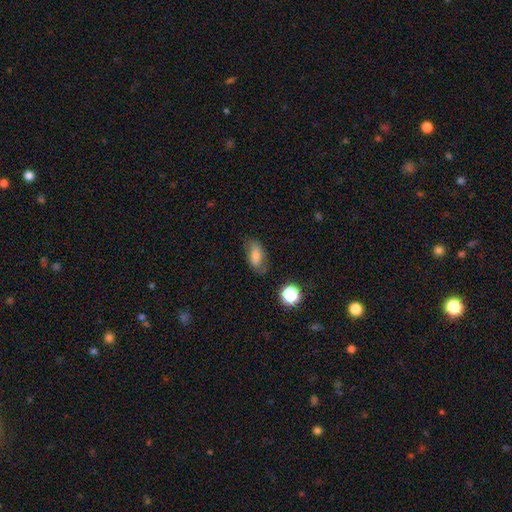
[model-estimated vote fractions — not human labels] Smooth or featured?
  - smooth: 75% *
  - featured or disk: 15%
  - star or artifact: 10%
How rounded?
  - in between: 87% *
  - round: 6%
  - cigar-shaped: 6%
Merging?
  - none: 70% *
  - minor disturbance: 21%
  - major disturbance: 7%
  - merger: 3%